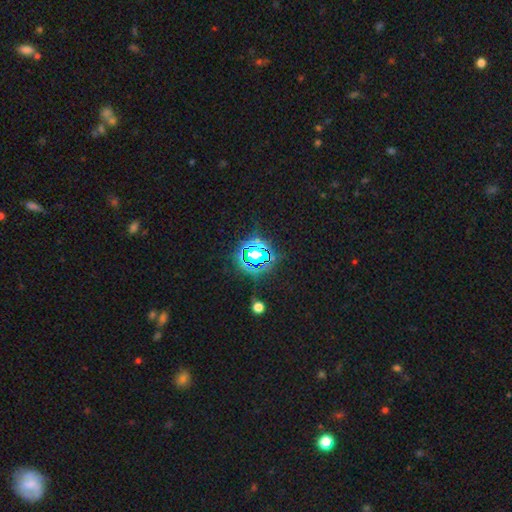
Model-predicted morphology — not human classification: Smooth or featured? Predicted: star or artifact (p=0.71).